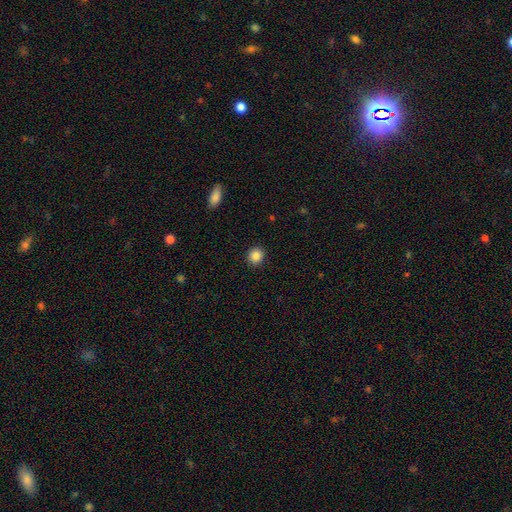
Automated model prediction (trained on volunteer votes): Q: Smooth or featured?
A: smooth (86%); runner-up: star or artifact (10%)
Q: How rounded?
A: round (86%); runner-up: in between (13%)
Q: Merging?
A: none (92%); runner-up: minor disturbance (6%)